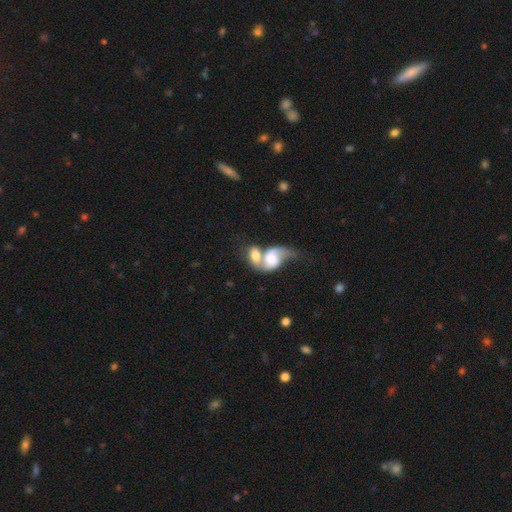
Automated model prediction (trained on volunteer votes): smooth-or-featured: featured or disk: 51% | smooth: 42% | star or artifact: 7%
  disk-edge-on: no: 95% | yes: 5%
  merging: merger: 77% | major disturbance: 9% | none: 9% | minor disturbance: 5%